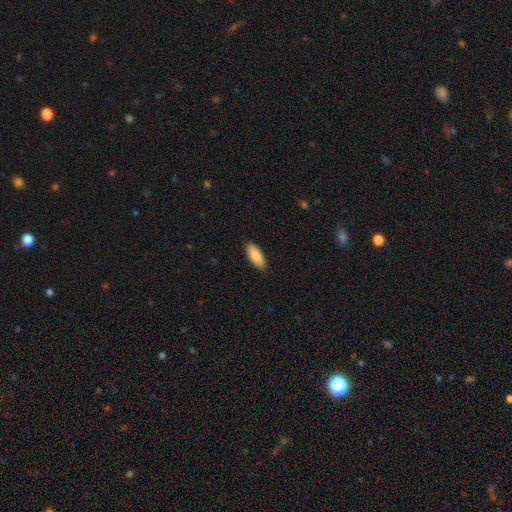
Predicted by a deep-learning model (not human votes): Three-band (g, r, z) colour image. It shows a smooth galaxy with no disk features (85%) that is in between round and cigar-shaped (73%). Merging: none (89%).